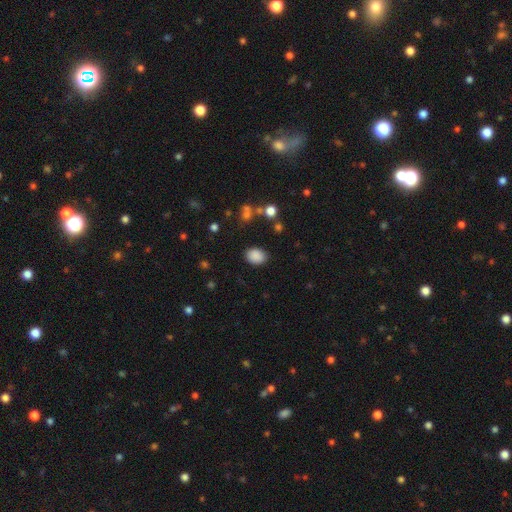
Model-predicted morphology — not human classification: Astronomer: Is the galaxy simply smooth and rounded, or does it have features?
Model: smooth — 87%.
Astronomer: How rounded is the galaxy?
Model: in between — 69%.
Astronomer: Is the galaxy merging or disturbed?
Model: none — 84%.